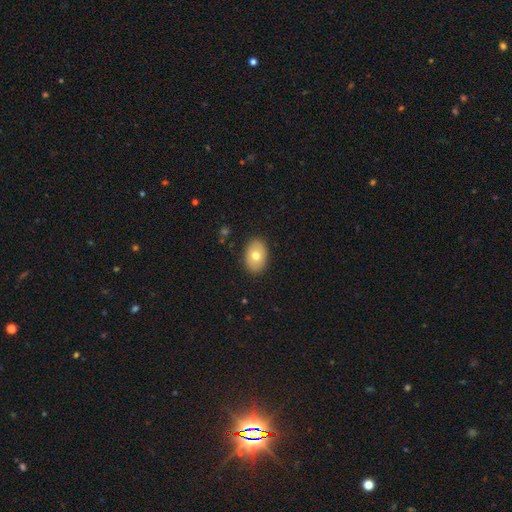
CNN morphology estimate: smooth_or_featured: smooth (p=0.72) [alt: featured or disk p=0.21]
how_rounded: in between (p=0.83) [alt: round p=0.16]
merging: none (p=0.88) [alt: minor disturbance p=0.09]